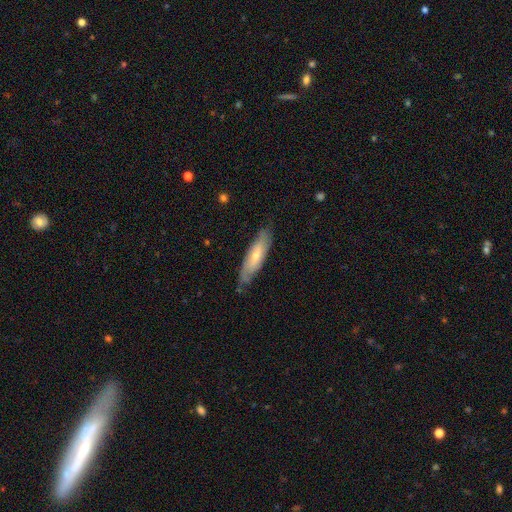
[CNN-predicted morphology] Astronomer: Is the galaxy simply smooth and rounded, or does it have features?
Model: featured or disk — 48% (runner-up: smooth, 47%).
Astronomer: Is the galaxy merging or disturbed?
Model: none — 74%.